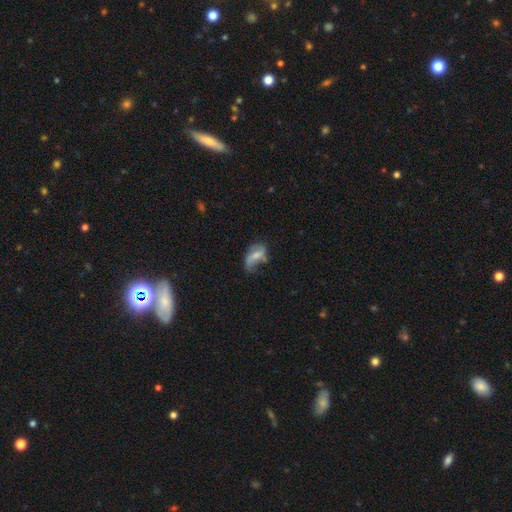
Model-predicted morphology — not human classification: Overall: smooth (46%; featured or disk 45%). Merging: minor disturbance (34%; none 33%).